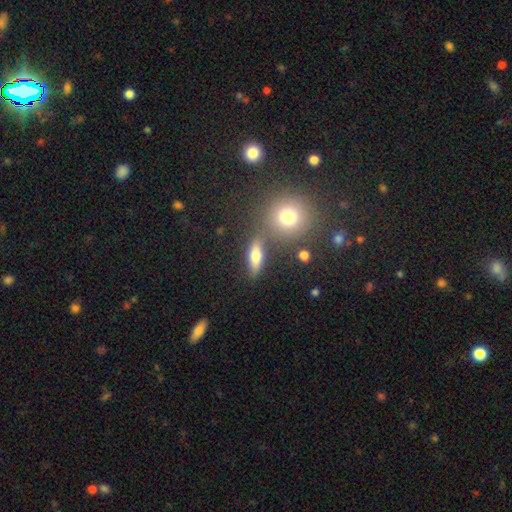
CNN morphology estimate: smooth 68%, featured or disk 20%, star or artifact 13%. Down the decision tree: how rounded — in between (53%); merging — none (67%).